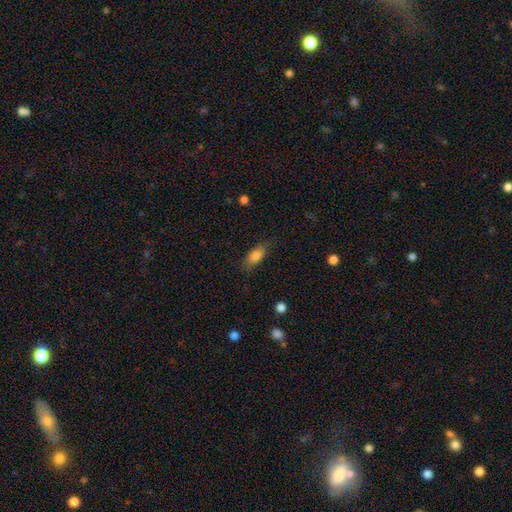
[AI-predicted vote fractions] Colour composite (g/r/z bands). It shows a smooth galaxy with no disk features (79%) that is in between round and cigar-shaped (82%). Merging: none (75%).